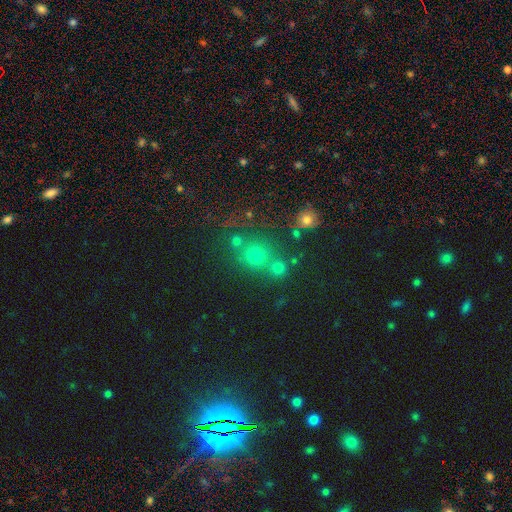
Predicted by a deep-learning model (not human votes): This is possibly a smooth galaxy (48%). Merging: likely none (63%).